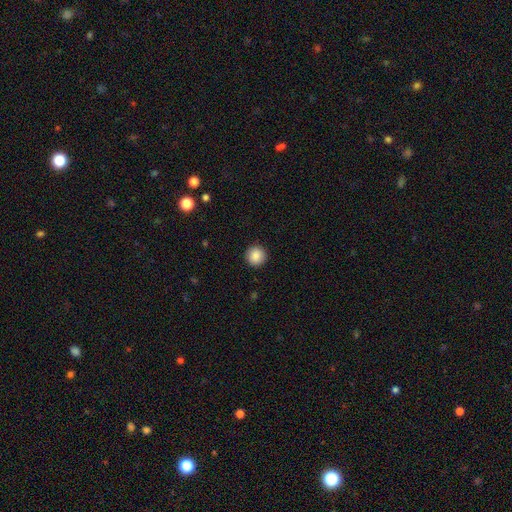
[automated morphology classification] Smooth or featured? smooth (87%)
How rounded? round (96%)
Merging? none (93%)